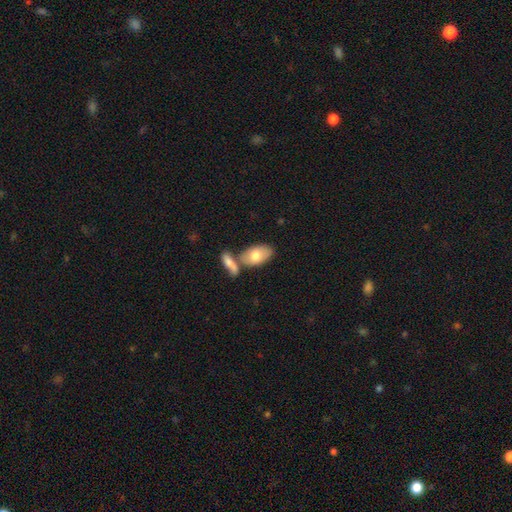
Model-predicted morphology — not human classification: smooth 71%, featured or disk 23%, star or artifact 5%. Down the decision tree: how rounded — in between (93%); merging — none (52%).